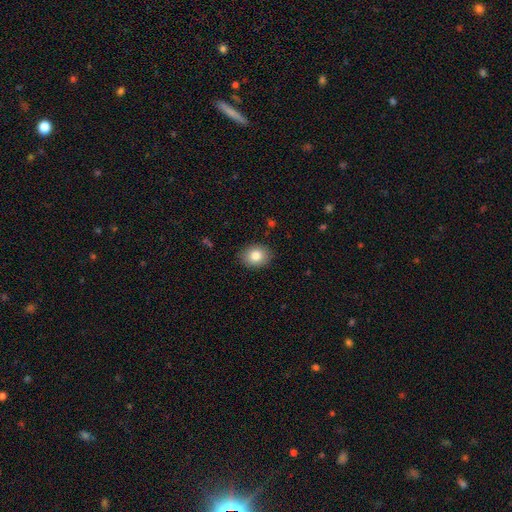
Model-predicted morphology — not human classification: type=smooth (82%); roundness=round (52%); merging=none (88%).